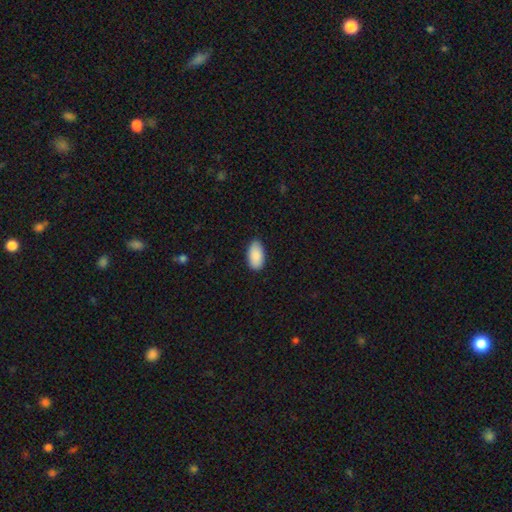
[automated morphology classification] Overall: smooth (90%). How rounded: in between (95%). Merging: none (85%).